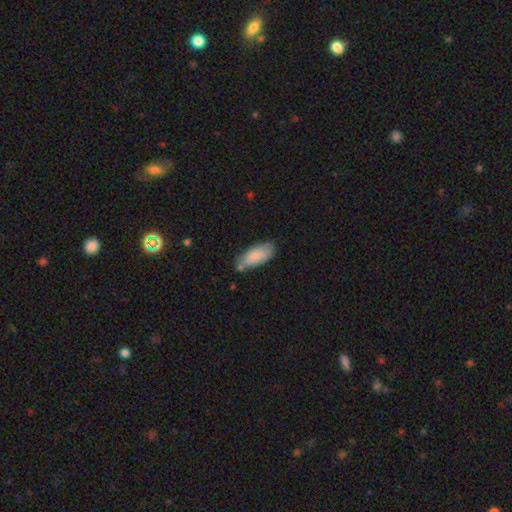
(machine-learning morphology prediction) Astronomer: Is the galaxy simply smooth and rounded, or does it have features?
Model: smooth — 83%.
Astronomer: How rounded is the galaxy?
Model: in between — 85%.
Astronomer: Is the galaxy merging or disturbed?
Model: none — 65%.